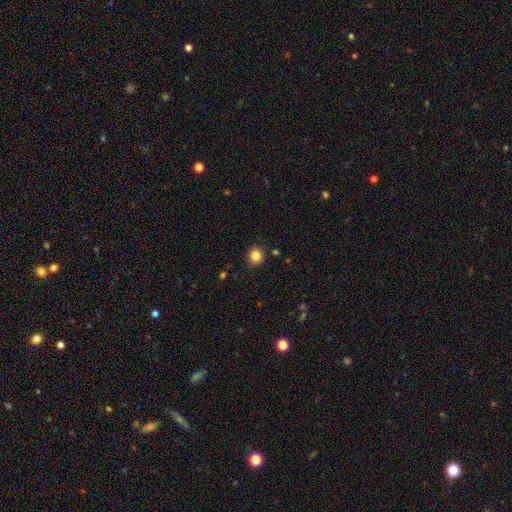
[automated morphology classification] Smooth or featured?
  - smooth: 84% *
  - star or artifact: 11%
  - featured or disk: 5%
How rounded?
  - round: 86% *
  - in between: 13%
  - cigar-shaped: 1%
Merging?
  - none: 90% *
  - minor disturbance: 6%
  - major disturbance: 2%
  - merger: 2%